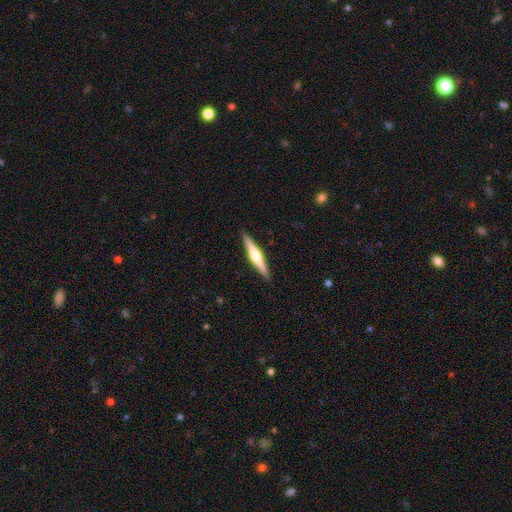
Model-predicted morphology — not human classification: Q: Smooth or featured?
A: featured or disk (71%); runner-up: smooth (24%)
Q: Edge-on disk?
A: yes (98%); runner-up: no (2%)
Q: Edge-on bulge?
A: rounded (89%); runner-up: boxy (7%)
Q: Merging?
A: none (92%); runner-up: minor disturbance (6%)